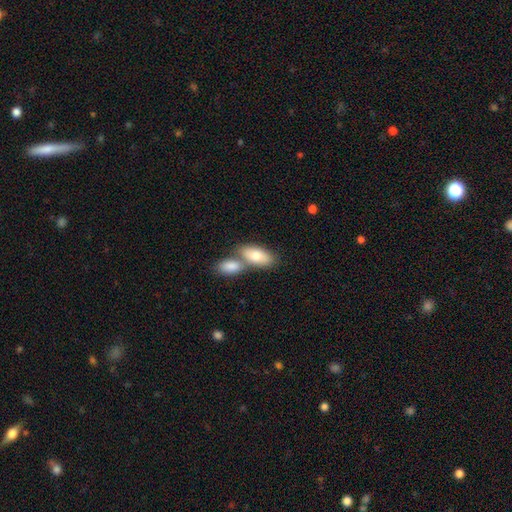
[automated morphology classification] smooth-or-featured: smooth: 79% | featured or disk: 15% | star or artifact: 6%
  how-rounded: in between: 89% | cigar-shaped: 7% | round: 3%
  merging: merger: 54% | none: 35% | minor disturbance: 8% | major disturbance: 3%